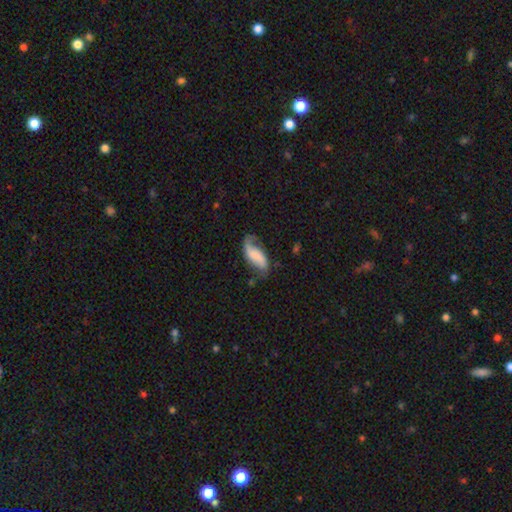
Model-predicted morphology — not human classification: This appears to be a featured or disk galaxy (58%) with no bar (49%), spiral arms (90%) and no central bulge (45%). Merging: none (50%).